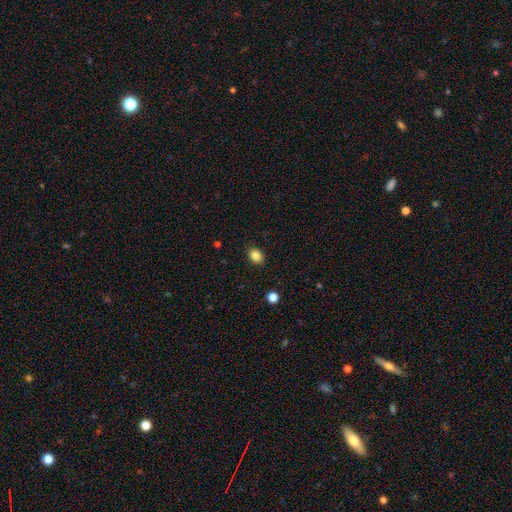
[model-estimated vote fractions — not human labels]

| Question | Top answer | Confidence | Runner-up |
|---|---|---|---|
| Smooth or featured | smooth | 84% | star or artifact (10%) |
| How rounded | in between | 63% | round (36%) |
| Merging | none | 89% | minor disturbance (8%) |